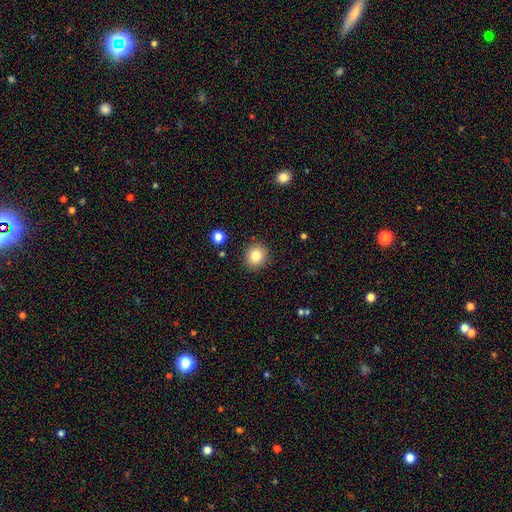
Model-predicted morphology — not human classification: Smooth or featured? smooth (81%)
How rounded? round (83%)
Merging? none (90%)